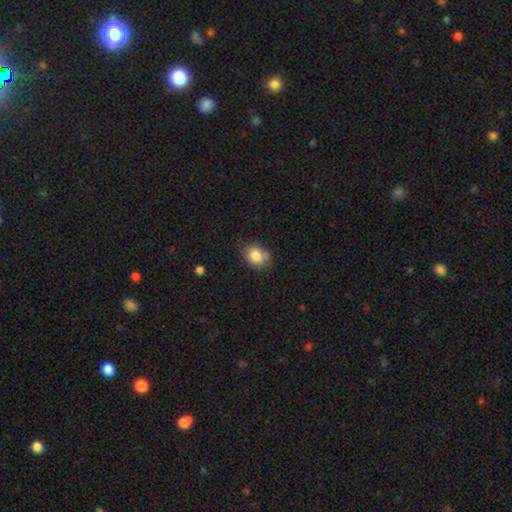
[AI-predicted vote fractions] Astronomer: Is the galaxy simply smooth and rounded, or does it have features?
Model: smooth — 84%.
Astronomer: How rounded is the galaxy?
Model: in between — 53% (runner-up: round, 46%).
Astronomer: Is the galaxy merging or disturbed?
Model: none — 72%.